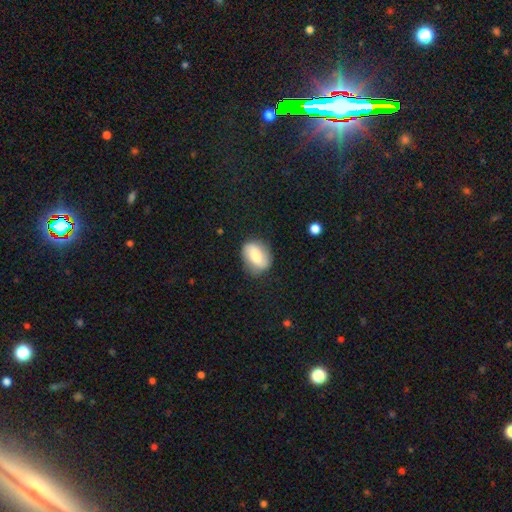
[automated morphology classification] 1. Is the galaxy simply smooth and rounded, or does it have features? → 60% smooth, 32% featured or disk, 8% star or artifact.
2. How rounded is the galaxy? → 67% in between, 31% round, 2% cigar-shaped.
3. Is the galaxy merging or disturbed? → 75% none, 18% minor disturbance, 5% major disturbance, 1% merger.